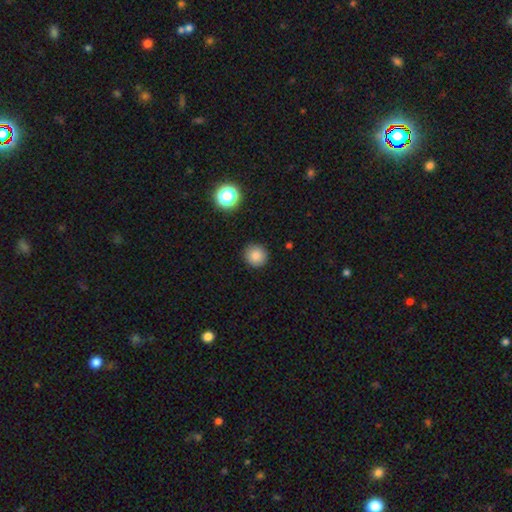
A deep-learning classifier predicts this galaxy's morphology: Q: Smooth or featured?
A: smooth (84%); runner-up: star or artifact (11%)
Q: How rounded?
A: round (94%); runner-up: in between (5%)
Q: Merging?
A: none (92%); runner-up: minor disturbance (5%)